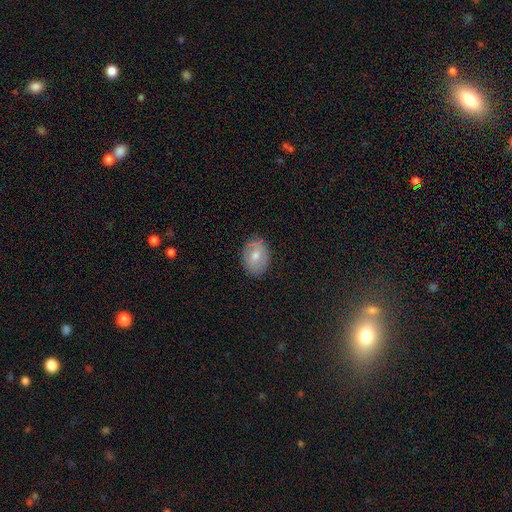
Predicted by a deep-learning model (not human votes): A smooth galaxy with no disk features (54%) that is in between round and cigar-shaped (65%). Merging: none (85%).